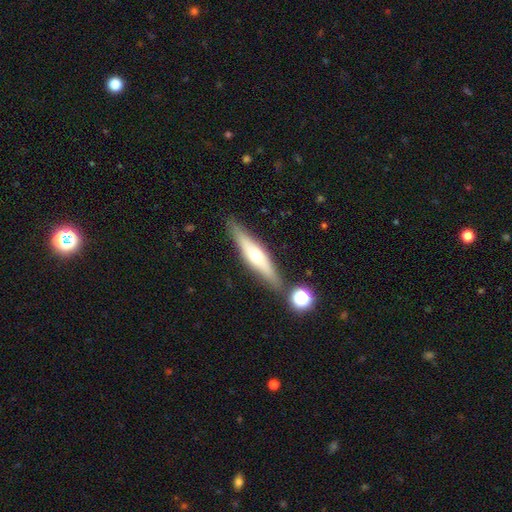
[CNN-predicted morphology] A featured or disk galaxy (53%) viewed edge-on (92%).

Vote fractions:
- Smooth or featured? featured or disk: 53% / smooth: 40% / star or artifact: 7%
- Edge-on disk? yes: 92% / no: 8%
- Merging? none: 82% / minor disturbance: 10% / merger: 5% / major disturbance: 2%